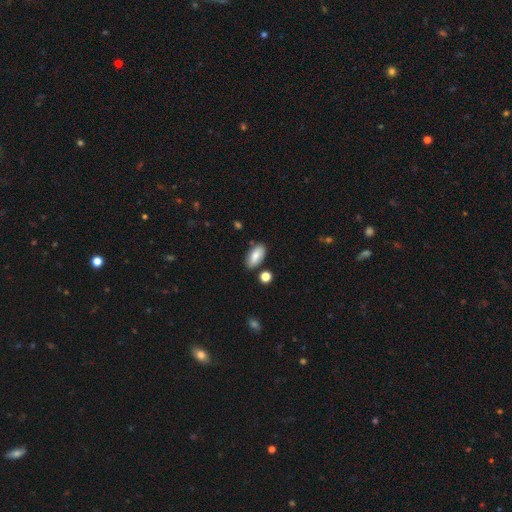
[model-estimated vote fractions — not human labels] A smooth galaxy with no disk features (79%) that is in between round and cigar-shaped (89%).

Vote fractions:
- Smooth or featured? smooth: 79% / featured or disk: 14% / star or artifact: 7%
- How rounded? in between: 89% / cigar-shaped: 8% / round: 3%
- Merging? none: 78% / minor disturbance: 14% / merger: 5% / major disturbance: 3%